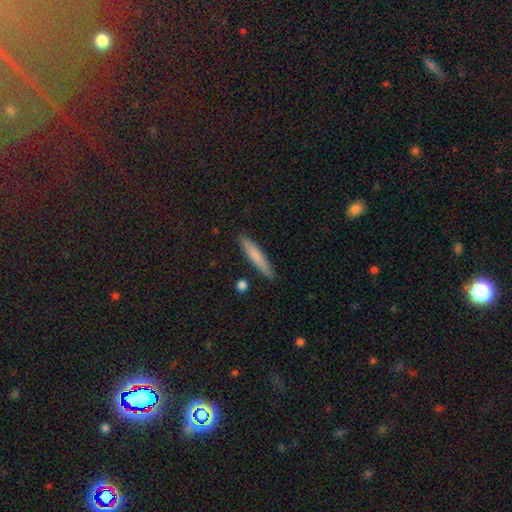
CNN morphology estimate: Smooth or featured? Predicted: smooth (p=0.73). How rounded? Predicted: cigar-shaped (p=0.91). Merging? Predicted: none (p=0.87).